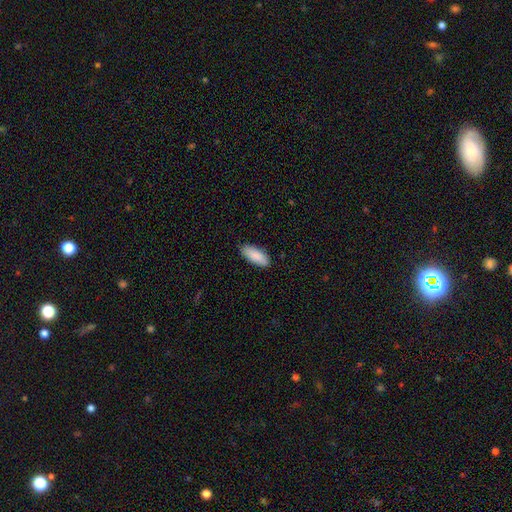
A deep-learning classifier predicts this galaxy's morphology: Q: Smooth or featured?
A: smooth (89%); runner-up: star or artifact (6%)
Q: How rounded?
A: in between (79%); runner-up: cigar-shaped (19%)
Q: Merging?
A: none (87%); runner-up: minor disturbance (10%)